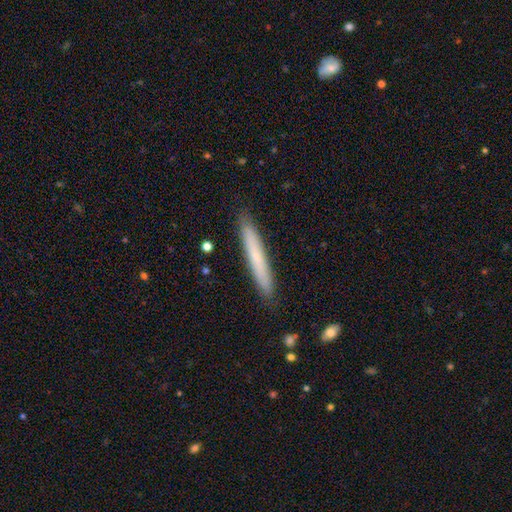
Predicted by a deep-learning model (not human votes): Smooth or featured: smooth — 64% (featured or disk — 30%)
How rounded: cigar-shaped — 96% (in between — 3%)
Merging: none — 90% (minor disturbance — 7%)